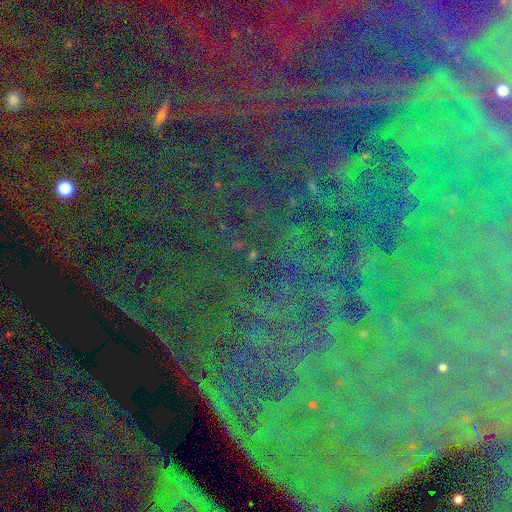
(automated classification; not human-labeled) smooth_or_featured: star or artifact (p=0.84) [alt: featured or disk p=0.08]